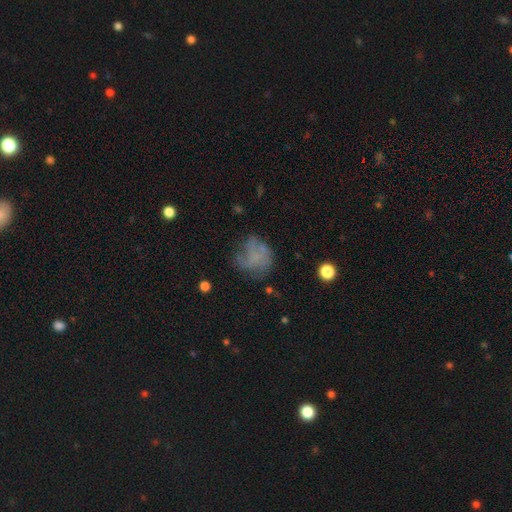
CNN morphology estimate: smooth 44%, featured or disk 42%, star or artifact 14%. Down the decision tree: merging — none (46%).